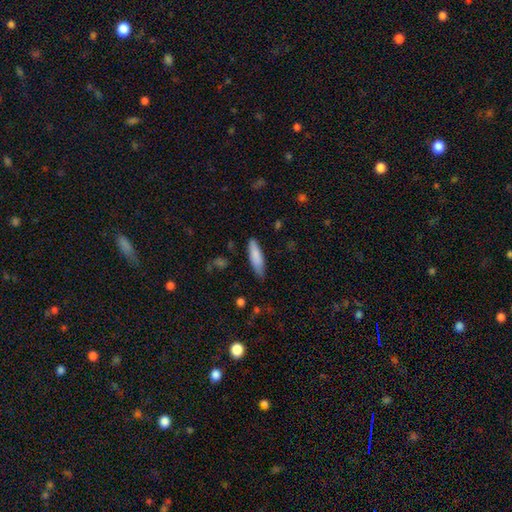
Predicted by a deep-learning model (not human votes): smooth 83%, featured or disk 11%, star or artifact 6%. Down the decision tree: how rounded — cigar-shaped (61%); merging — none (73%).